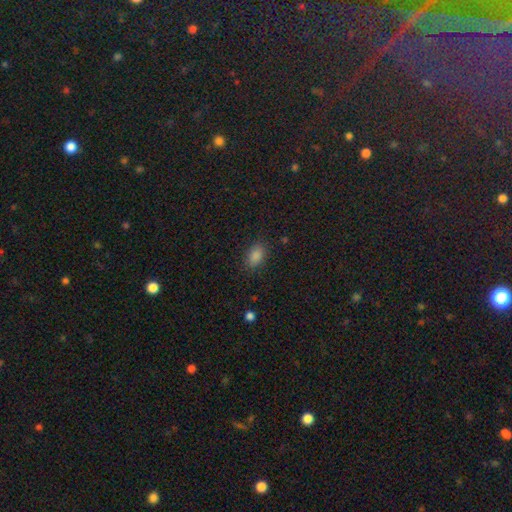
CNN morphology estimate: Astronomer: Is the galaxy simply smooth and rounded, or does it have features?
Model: smooth — 82%.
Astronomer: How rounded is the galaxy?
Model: in between — 87%.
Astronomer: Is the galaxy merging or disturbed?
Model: none — 86%.